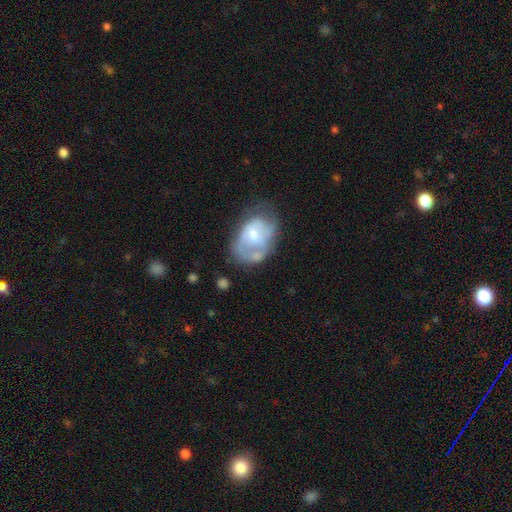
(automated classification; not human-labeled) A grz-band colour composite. It shows a featured or disk galaxy (60%) with no bar (67%), spiral arms (55%) and a small central bulge (45%). Merging: none (43%).